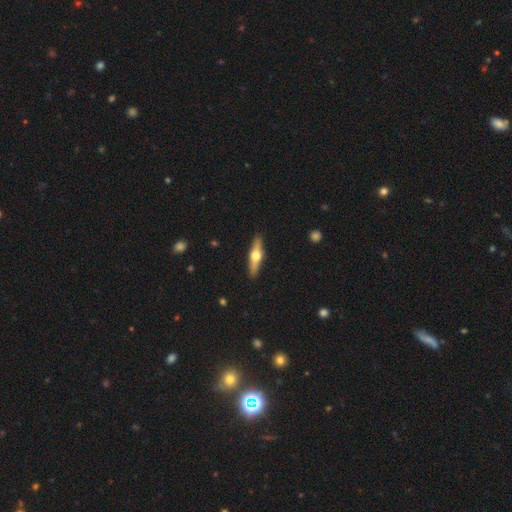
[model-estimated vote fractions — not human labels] smooth_or_featured: featured or disk (p=0.65) [alt: smooth p=0.30]
disk_edge_on: yes (p=0.96) [alt: no p=0.04]
edge_on_bulge: rounded (p=0.96) [alt: boxy p=0.02]
merging: none (p=0.90) [alt: minor disturbance p=0.07]